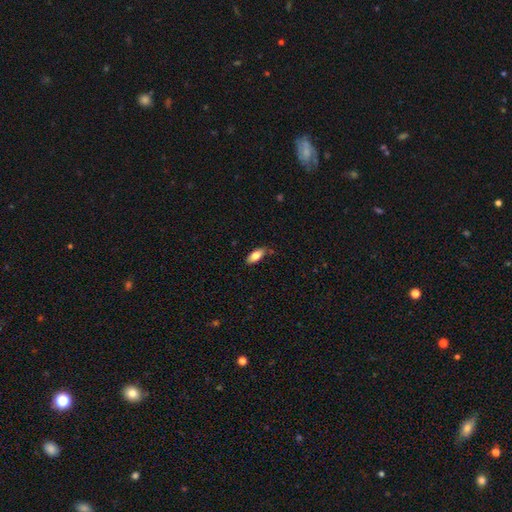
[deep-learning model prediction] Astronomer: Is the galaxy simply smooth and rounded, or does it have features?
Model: smooth — 80%.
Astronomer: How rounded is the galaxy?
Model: in between — 83%.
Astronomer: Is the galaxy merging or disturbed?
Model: none — 78%.